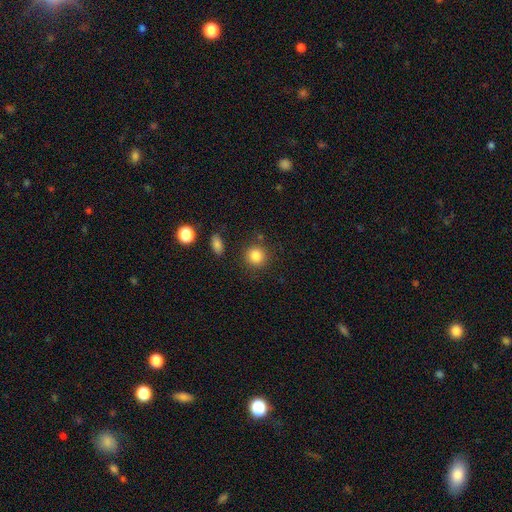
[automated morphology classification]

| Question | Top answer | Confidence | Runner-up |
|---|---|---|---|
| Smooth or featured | smooth | 85% | star or artifact (10%) |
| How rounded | round | 90% | in between (9%) |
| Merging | none | 85% | minor disturbance (8%) |